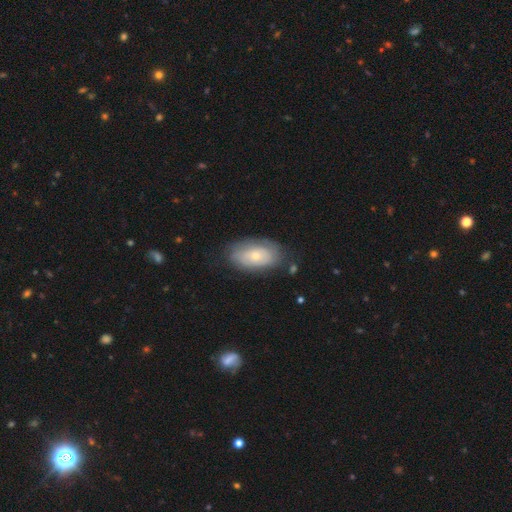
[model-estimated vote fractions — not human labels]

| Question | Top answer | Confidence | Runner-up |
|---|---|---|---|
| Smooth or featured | featured or disk | 47% | smooth (46%) |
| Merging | none | 71% | minor disturbance (20%) |